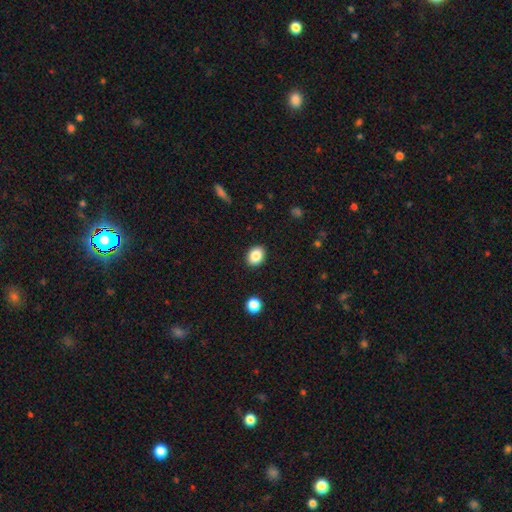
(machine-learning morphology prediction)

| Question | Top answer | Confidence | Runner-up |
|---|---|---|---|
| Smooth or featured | smooth | 87% | star or artifact (9%) |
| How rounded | in between | 53% | round (46%) |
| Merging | none | 90% | minor disturbance (7%) |